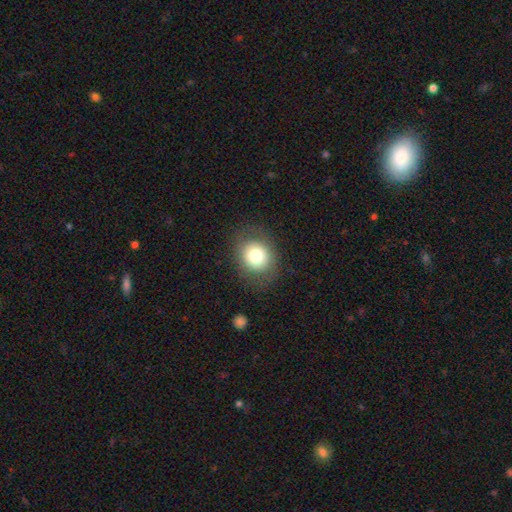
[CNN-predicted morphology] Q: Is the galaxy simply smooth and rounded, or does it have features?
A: smooth — 73%.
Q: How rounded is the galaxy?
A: round — 69%.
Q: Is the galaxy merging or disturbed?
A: none — 81%.